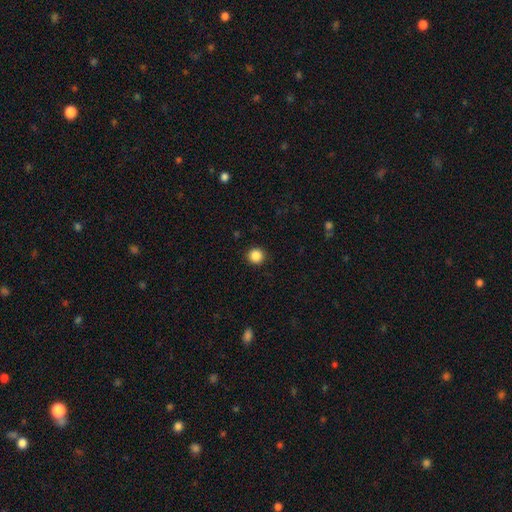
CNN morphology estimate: type=smooth (87%); roundness=round (95%); merging=none (93%).